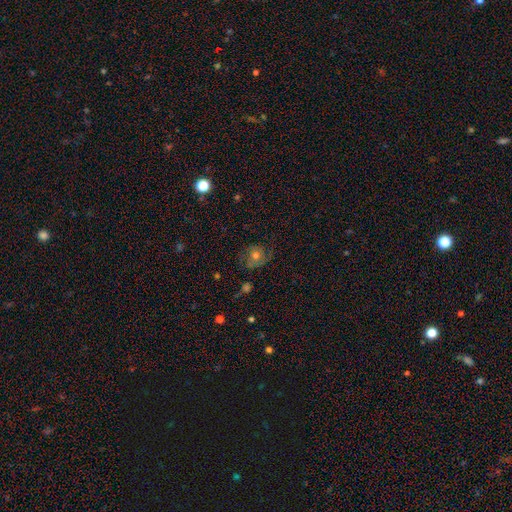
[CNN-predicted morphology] A featured or disk galaxy (46%). Merging: none (64%).